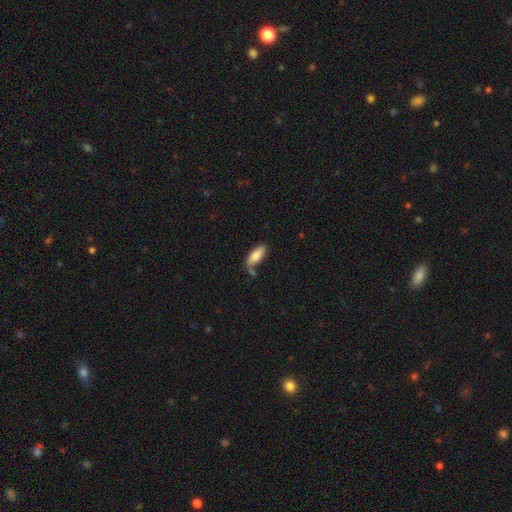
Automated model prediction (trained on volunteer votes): A smooth galaxy with no disk features (78%) that is in between round and cigar-shaped (75%).

Vote fractions:
- Smooth or featured? smooth: 78% / featured or disk: 16% / star or artifact: 7%
- How rounded? in between: 75% / cigar-shaped: 23% / round: 2%
- Merging? none: 54% / minor disturbance: 24% / merger: 14% / major disturbance: 8%